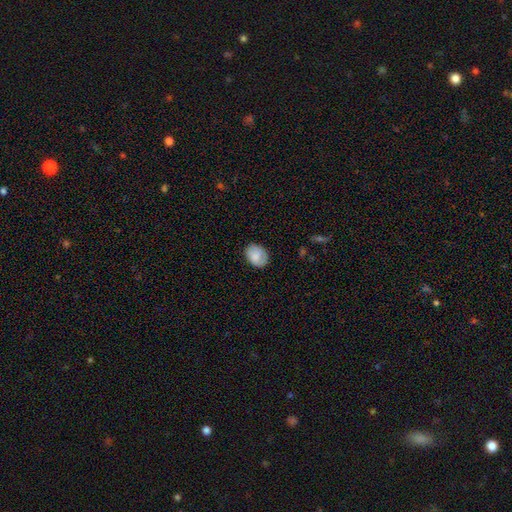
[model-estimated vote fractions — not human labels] smooth_or_featured: smooth (p=0.81) [alt: featured or disk p=0.12]
how_rounded: in between (p=0.64) [alt: round p=0.35]
merging: none (p=0.76) [alt: minor disturbance p=0.19]